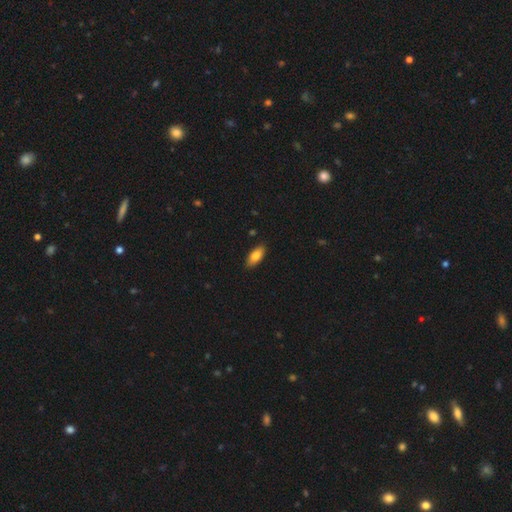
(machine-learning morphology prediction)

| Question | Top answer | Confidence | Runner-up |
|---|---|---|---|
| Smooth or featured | smooth | 83% | featured or disk (11%) |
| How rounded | in between | 86% | cigar-shaped (12%) |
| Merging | none | 88% | minor disturbance (10%) |